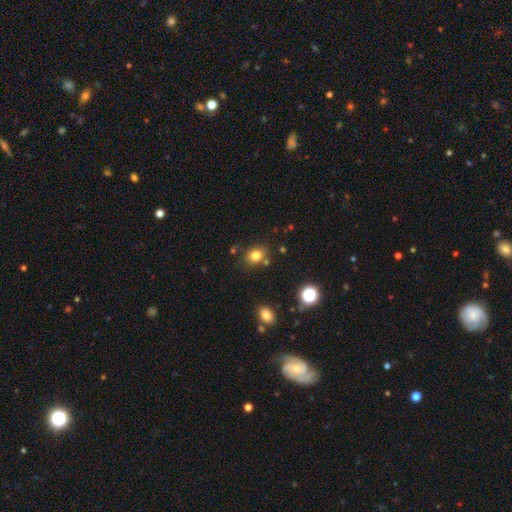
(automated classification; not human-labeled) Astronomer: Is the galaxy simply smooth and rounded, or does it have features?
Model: smooth — 79%.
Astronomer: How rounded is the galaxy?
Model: round — 50% (runner-up: in between, 49%).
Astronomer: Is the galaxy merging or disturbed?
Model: none — 76%.